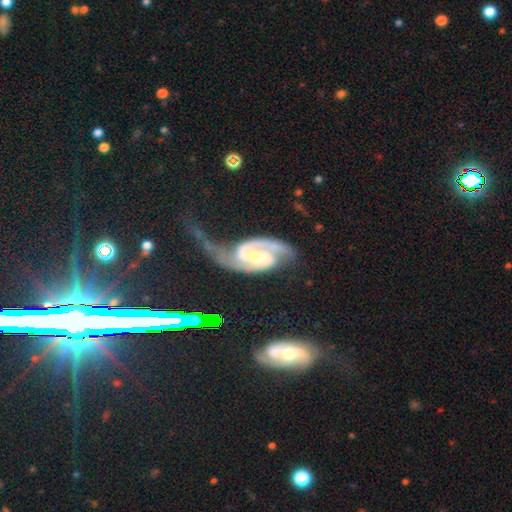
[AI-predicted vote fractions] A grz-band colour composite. It shows a featured or disk galaxy (90%) with a weak bar (41%), 2 (91%) medium (49%) spiral arms (98%) and a small central bulge (41%). Merging: none (36%).